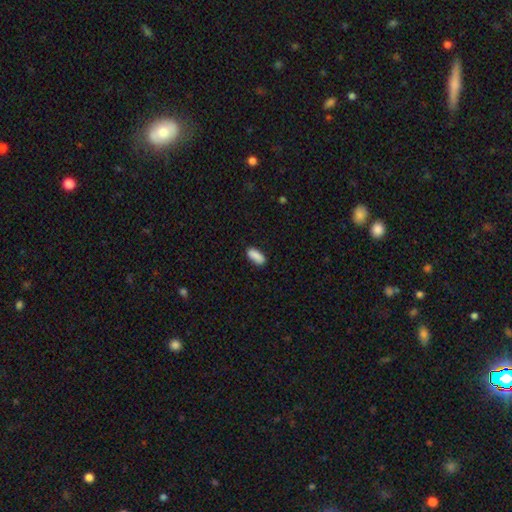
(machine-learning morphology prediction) smooth_or_featured: smooth (p=0.89) [alt: star or artifact p=0.07]
how_rounded: in between (p=0.79) [alt: cigar-shaped p=0.19]
merging: none (p=0.83) [alt: minor disturbance p=0.13]